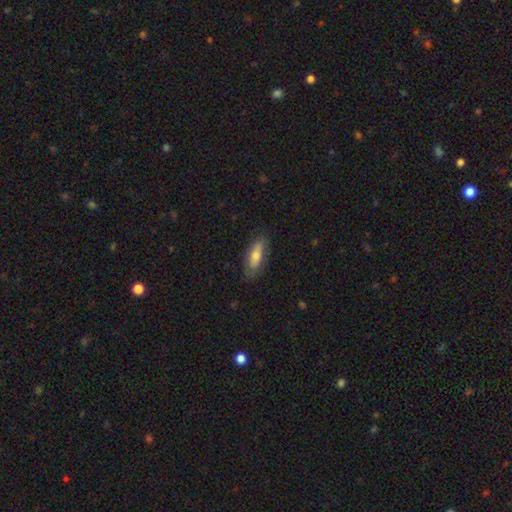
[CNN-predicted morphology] Smooth or featured? smooth (66%)
How rounded? in between (62%)
Merging? none (78%)